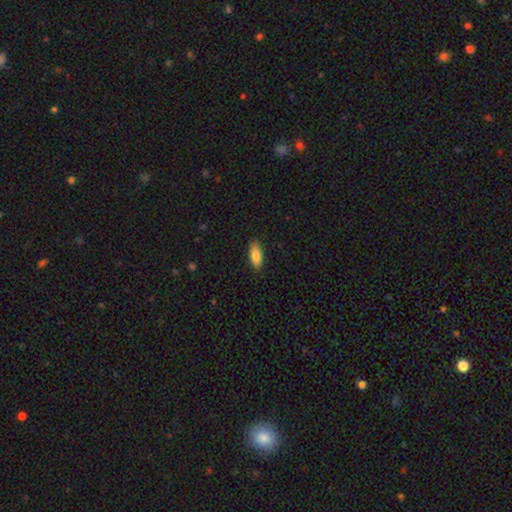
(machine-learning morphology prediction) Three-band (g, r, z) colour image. It shows a smooth galaxy with no disk features (86%) that is in between round and cigar-shaped (76%). Merging: none (88%).